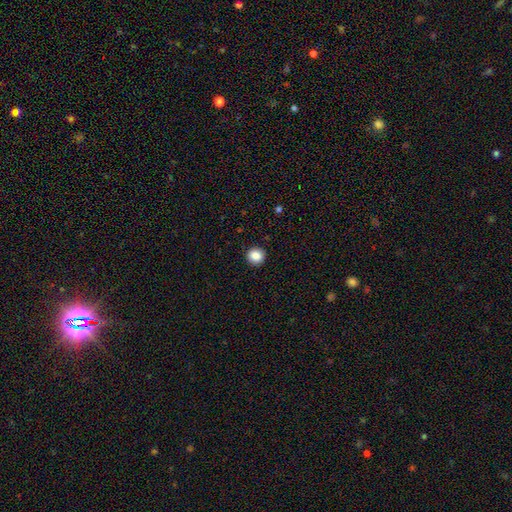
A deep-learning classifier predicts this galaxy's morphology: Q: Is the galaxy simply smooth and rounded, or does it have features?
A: smooth — 87%.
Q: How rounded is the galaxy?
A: round — 87%.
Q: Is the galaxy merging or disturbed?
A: none — 92%.